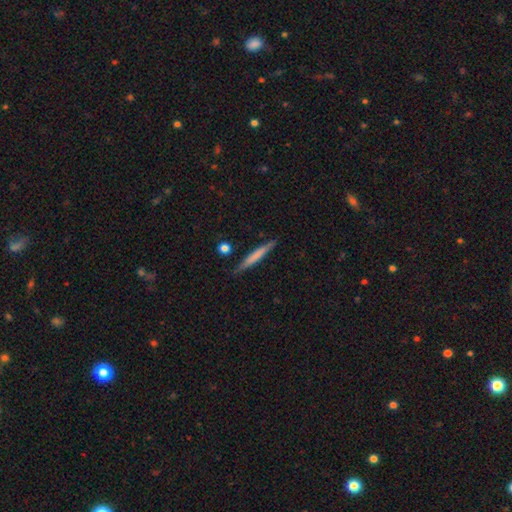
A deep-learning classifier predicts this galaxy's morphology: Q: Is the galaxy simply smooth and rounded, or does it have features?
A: smooth — 61%.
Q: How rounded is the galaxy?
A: cigar-shaped — 95%.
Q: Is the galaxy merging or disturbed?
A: none — 85%.